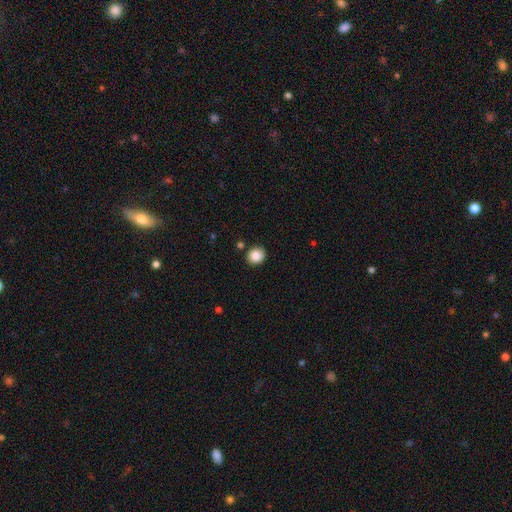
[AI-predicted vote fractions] Smooth or featured? Predicted: smooth (p=0.88). How rounded? Predicted: round (p=0.83). Merging? Predicted: none (p=0.86).